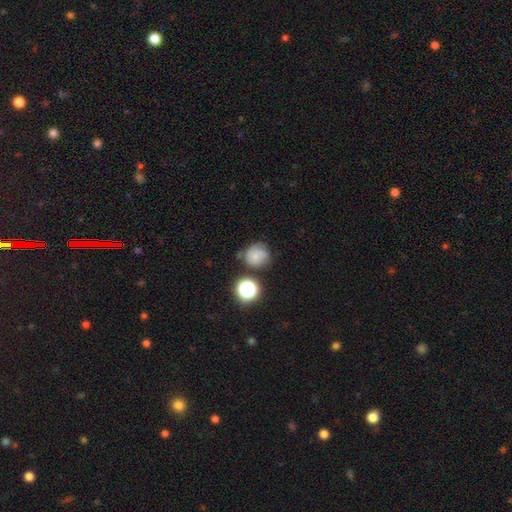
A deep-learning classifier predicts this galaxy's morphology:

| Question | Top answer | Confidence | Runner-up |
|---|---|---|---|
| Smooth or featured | smooth | 69% | featured or disk (17%) |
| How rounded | round | 82% | in between (17%) |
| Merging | none | 61% | minor disturbance (23%) |